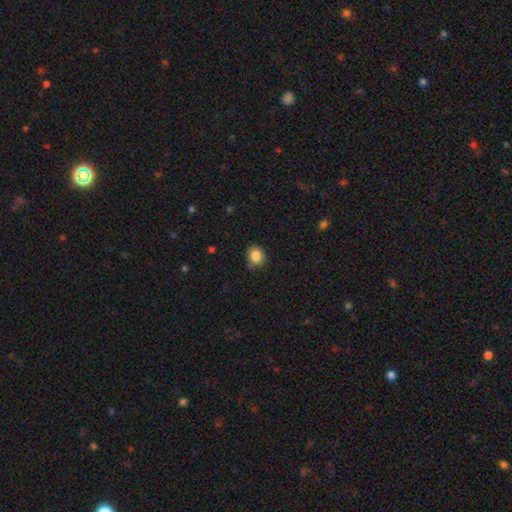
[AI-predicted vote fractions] This is clearly a smooth galaxy (86%). How rounded: likely round (74%). Merging: likely none (78%).